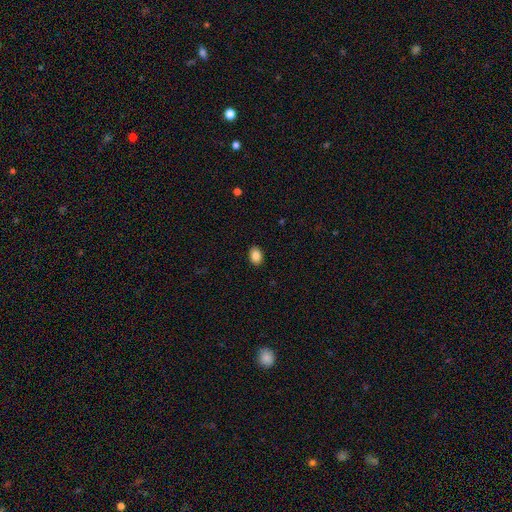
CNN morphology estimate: type=smooth (87%); roundness=in between (79%); merging=none (90%).